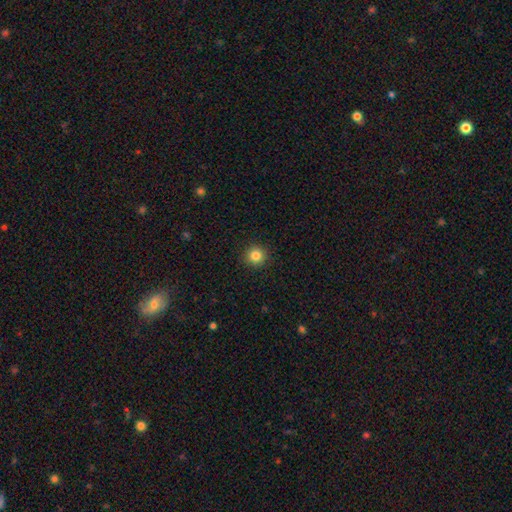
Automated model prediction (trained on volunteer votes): The model was most divided on "smooth or featured": smooth: 84%, star or artifact: 12%, featured or disk: 5%. More confident: how rounded — round (94%); merging — none (92%).